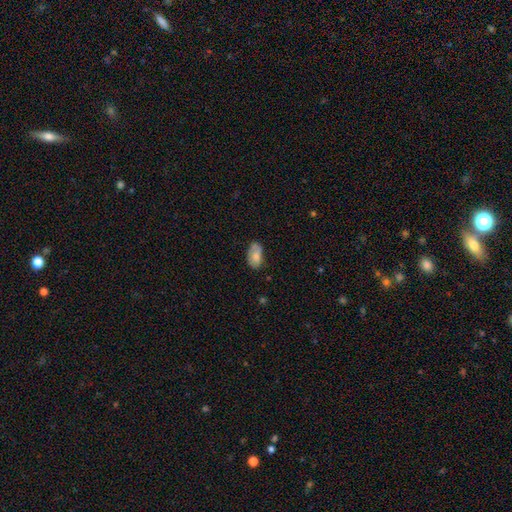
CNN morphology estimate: smooth-or-featured: smooth: 72% | featured or disk: 20% | star or artifact: 7%
  how-rounded: in between: 93% | round: 5% | cigar-shaped: 2%
  merging: none: 60% | minor disturbance: 29% | major disturbance: 8% | merger: 3%